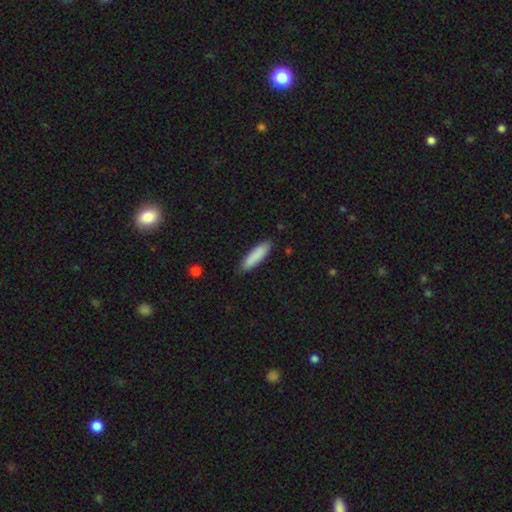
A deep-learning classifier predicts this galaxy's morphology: smooth 87%, featured or disk 7%, star or artifact 6%. Down the decision tree: how rounded — cigar-shaped (67%); merging — none (86%).